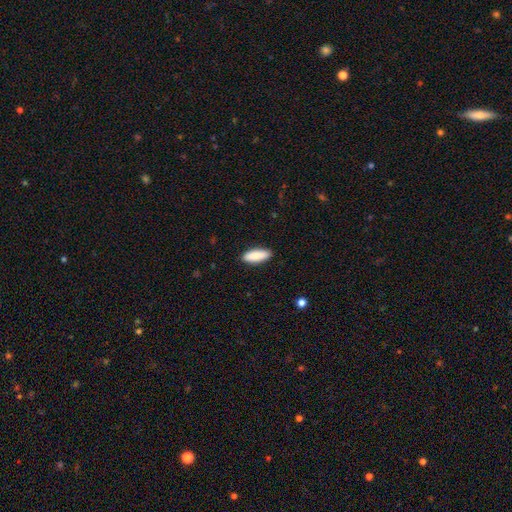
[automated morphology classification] Smooth or featured?
  - smooth: 90% *
  - star or artifact: 6%
  - featured or disk: 5%
How rounded?
  - in between: 68% *
  - cigar-shaped: 30%
  - round: 2%
Merging?
  - none: 90% *
  - minor disturbance: 7%
  - major disturbance: 2%
  - merger: 1%